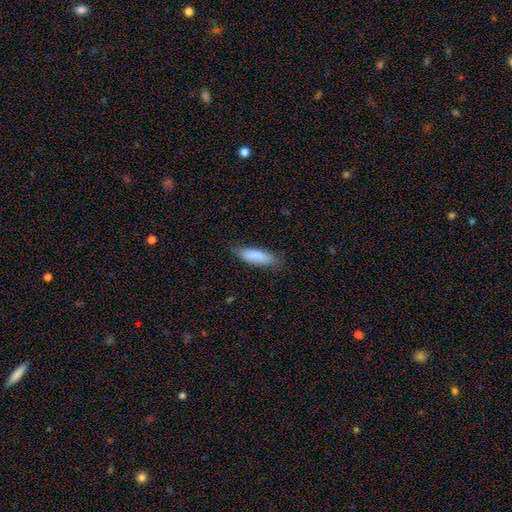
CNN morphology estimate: type=smooth (84%); roundness=cigar-shaped (49%, tied with in between); merging=none (74%).